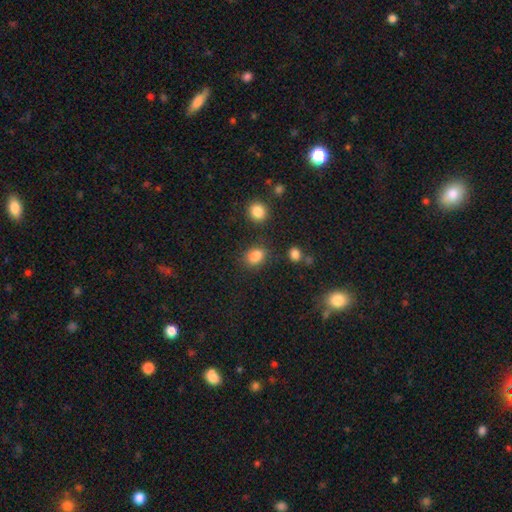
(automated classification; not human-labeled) Smooth or featured? Predicted: smooth (p=0.83). How rounded? Predicted: in between (p=0.67). Merging? Predicted: none (p=0.71).